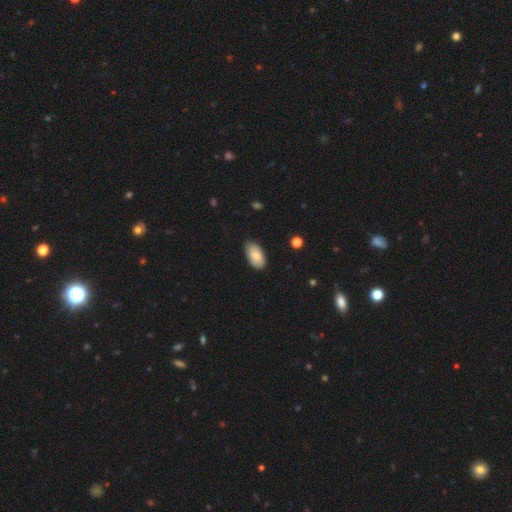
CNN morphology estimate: This appears to be a smooth galaxy with no disk features (84%) that is in between round and cigar-shaped (95%). Merging: none (82%).